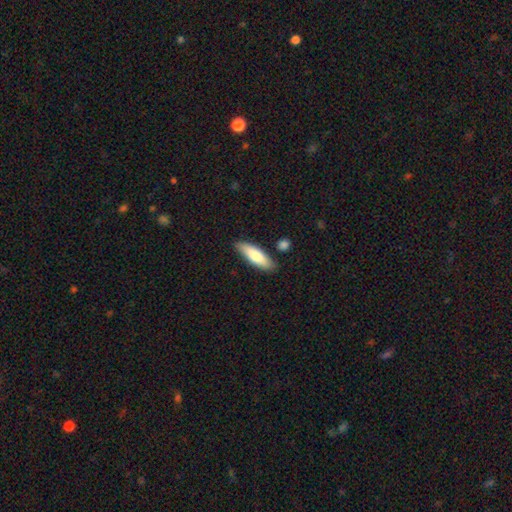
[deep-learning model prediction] smooth-or-featured: smooth: 77% | featured or disk: 17% | star or artifact: 5%
  how-rounded: cigar-shaped: 52% | in between: 46% | round: 2%
  merging: none: 82% | minor disturbance: 12% | merger: 4% | major disturbance: 2%